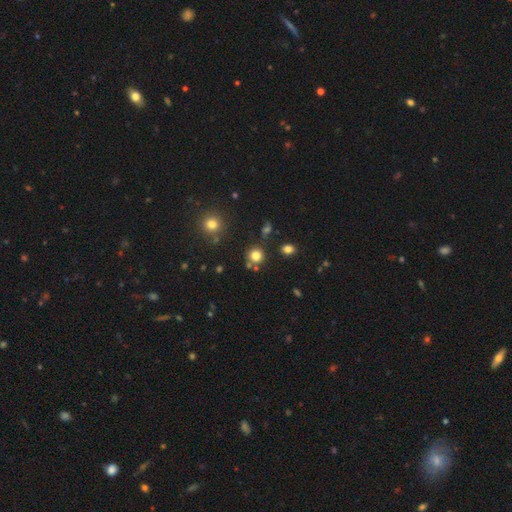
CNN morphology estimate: Smooth or featured? smooth (78%)
How rounded? round (91%)
Merging? none (79%)